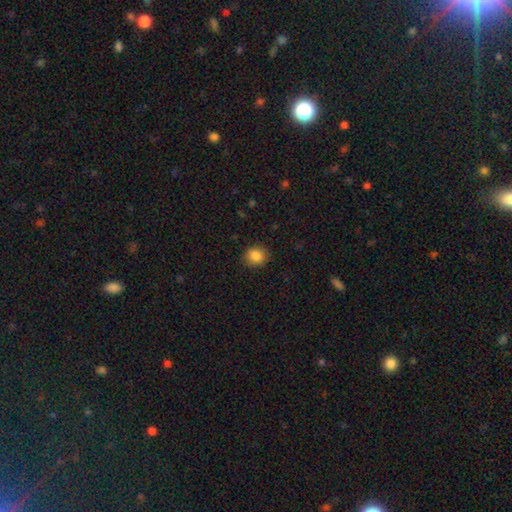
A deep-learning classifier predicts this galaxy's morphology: Overall: smooth (86%). How rounded: round (73%). Merging: none (88%).